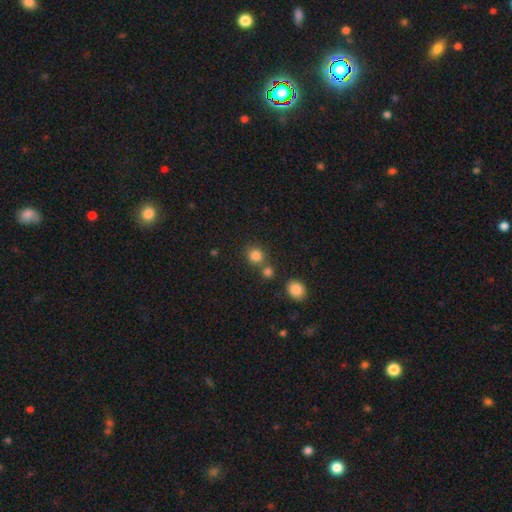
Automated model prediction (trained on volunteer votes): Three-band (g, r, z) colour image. It shows a smooth galaxy with no disk features (82%) that is round (85%). Merging: none (67%).